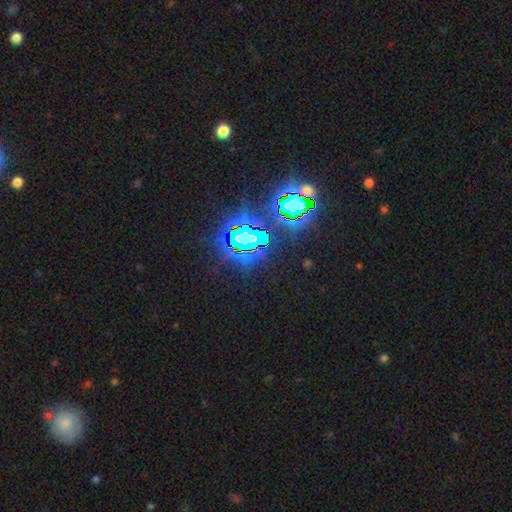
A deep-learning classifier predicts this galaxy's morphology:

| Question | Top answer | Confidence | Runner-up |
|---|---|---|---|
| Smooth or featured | star or artifact | 84% | smooth (10%) |